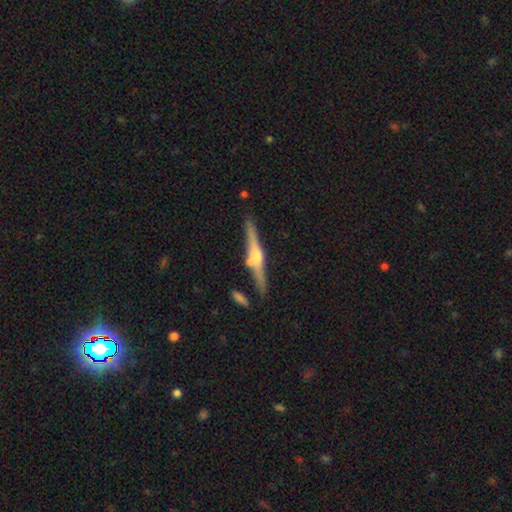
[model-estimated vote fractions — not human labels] Morphology: type=featured or disk (75%); edge-on=yes (98%); edge-on bulge=rounded (89%); merging=none (82%).